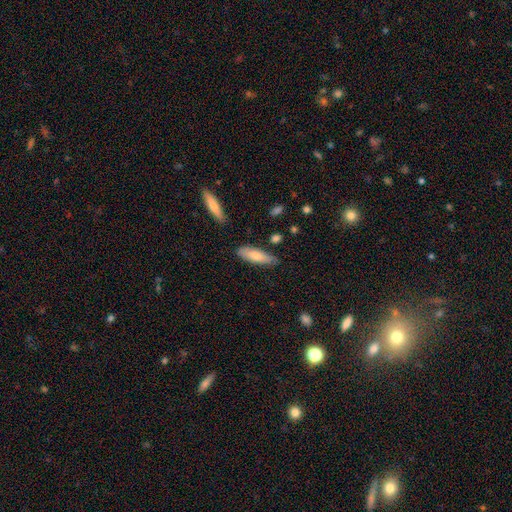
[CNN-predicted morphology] Q: Smooth or featured?
A: smooth (76%); runner-up: featured or disk (18%)
Q: How rounded?
A: cigar-shaped (50%); runner-up: in between (48%)
Q: Merging?
A: none (75%); runner-up: minor disturbance (19%)